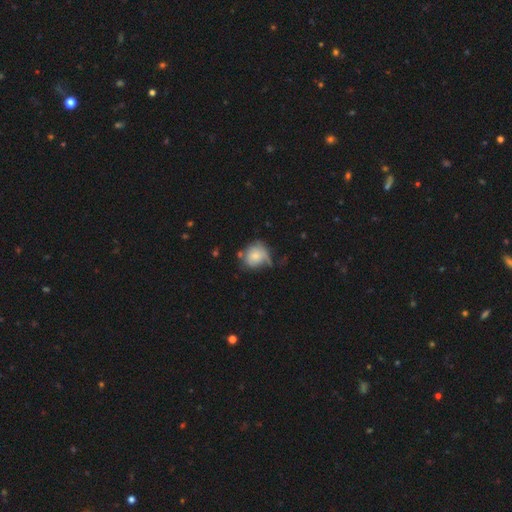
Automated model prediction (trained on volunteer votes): Overall: smooth (72%). How rounded: round (73%). Merging: none (41%; minor disturbance 32%).